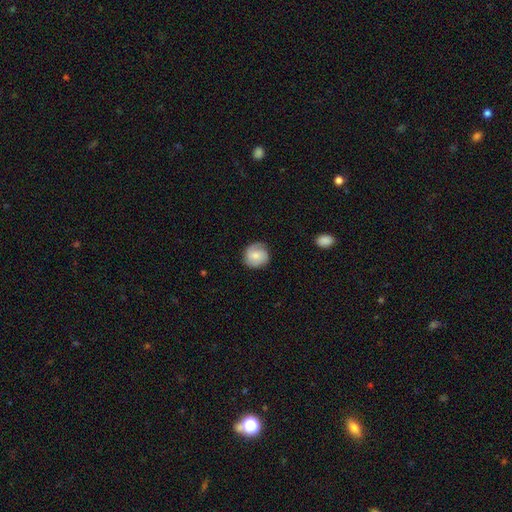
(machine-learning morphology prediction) The model was most divided on "smooth or featured": smooth: 63%, featured or disk: 29%, star or artifact: 7%. More confident: how rounded — round (90%); merging — none (79%).